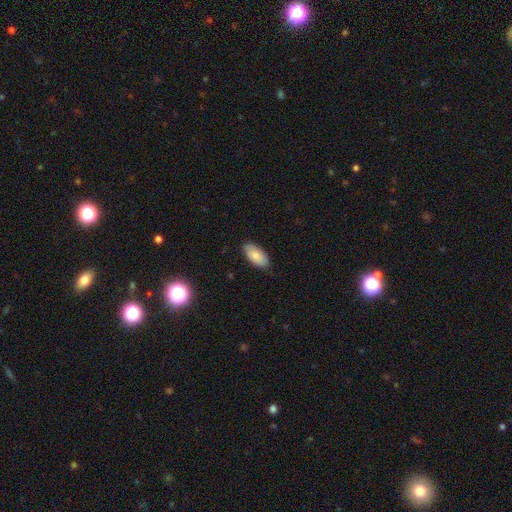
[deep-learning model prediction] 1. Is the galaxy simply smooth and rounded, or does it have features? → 82% smooth, 11% featured or disk, 7% star or artifact.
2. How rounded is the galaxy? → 93% in between, 4% cigar-shaped, 2% round.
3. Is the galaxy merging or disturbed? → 85% none, 12% minor disturbance, 2% major disturbance, 1% merger.